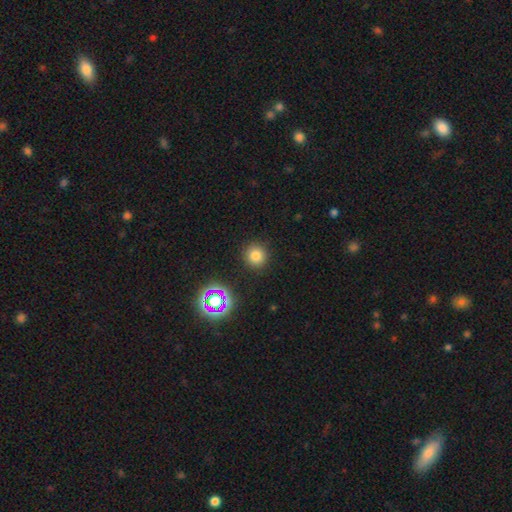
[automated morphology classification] smooth_or_featured: smooth (p=0.76) [alt: star or artifact p=0.17]
how_rounded: round (p=0.93) [alt: in between p=0.06]
merging: none (p=0.90) [alt: minor disturbance p=0.06]